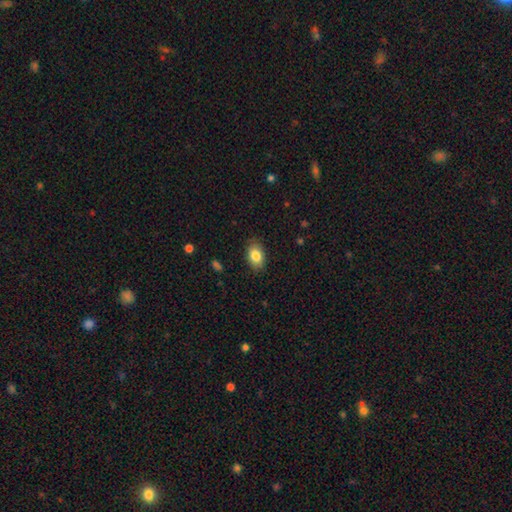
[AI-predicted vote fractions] Q: Smooth or featured?
A: smooth (84%); runner-up: featured or disk (8%)
Q: How rounded?
A: in between (86%); runner-up: round (13%)
Q: Merging?
A: none (85%); runner-up: minor disturbance (11%)